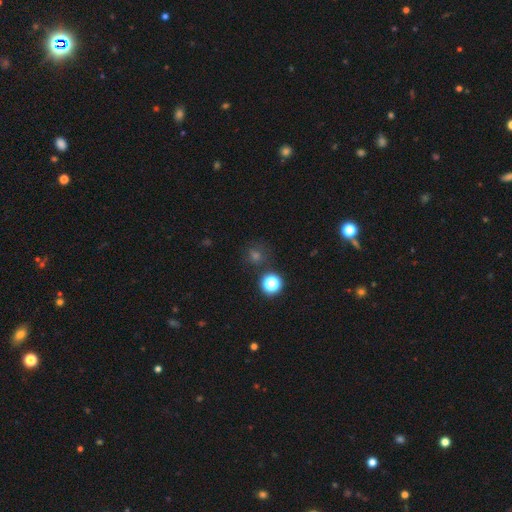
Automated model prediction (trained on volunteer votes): The model was most divided on "smooth or featured": smooth: 55%, star or artifact: 38%, featured or disk: 7%. More confident: how rounded — round (89%); merging — none (81%).